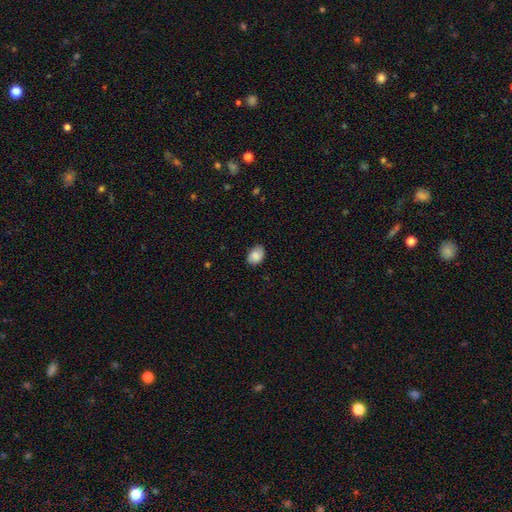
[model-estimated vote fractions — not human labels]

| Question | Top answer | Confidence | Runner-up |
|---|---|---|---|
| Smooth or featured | smooth | 84% | featured or disk (8%) |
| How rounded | in between | 76% | round (23%) |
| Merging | none | 76% | minor disturbance (19%) |